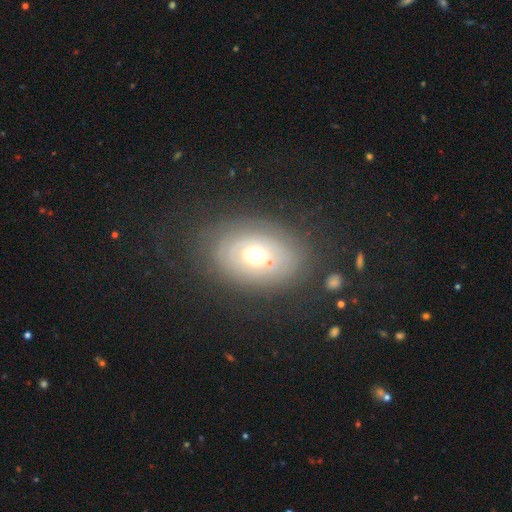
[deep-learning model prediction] Smooth or featured: featured or disk — 61% (smooth — 30%)
Edge-on disk: no — 94% (yes — 6%)
Bar: no — 87% (weak — 10%)
Spiral arms: no — 55% (yes — 45%)
Bulge size: moderate — 73% (large — 14%)
Merging: none — 74% (minor disturbance — 15%)